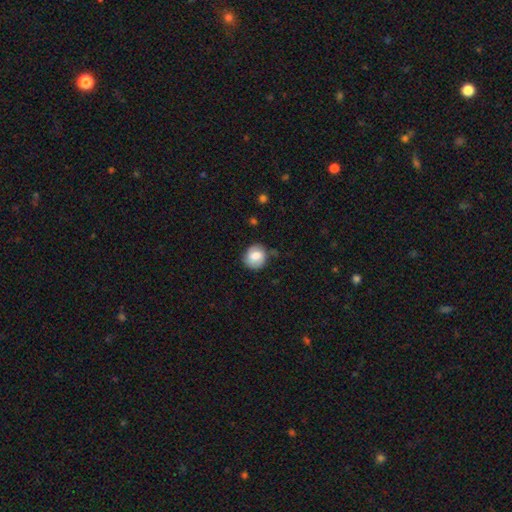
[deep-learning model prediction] A smooth galaxy with no disk features (69%) that is round (79%).

Vote fractions:
- Smooth or featured? smooth: 69% / featured or disk: 23% / star or artifact: 8%
- How rounded? round: 79% / in between: 21% / cigar-shaped: 1%
- Merging? none: 74% / minor disturbance: 19% / major disturbance: 5% / merger: 2%